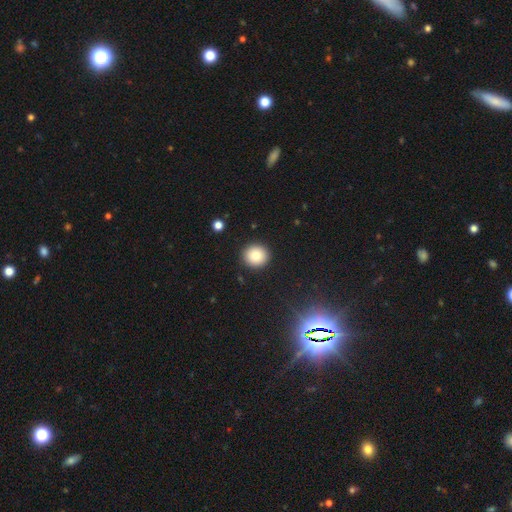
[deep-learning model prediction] smooth-or-featured: smooth: 86% | star or artifact: 10% | featured or disk: 4%
  how-rounded: round: 89% | in between: 10% | cigar-shaped: 1%
  merging: none: 91% | minor disturbance: 6% | major disturbance: 2% | merger: 1%